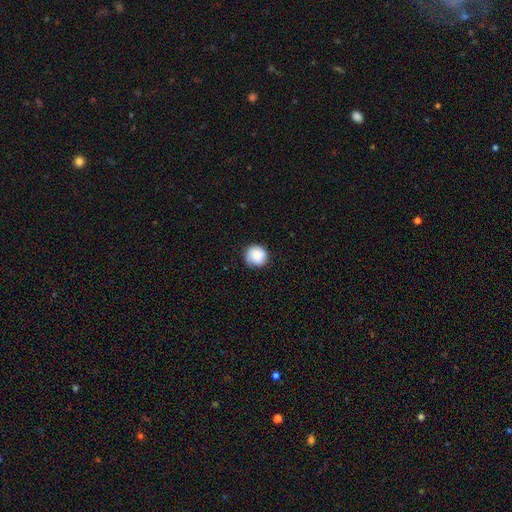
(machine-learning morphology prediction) A smooth galaxy with no disk features (84%) that is round (93%).

Vote fractions:
- Smooth or featured? smooth: 84% / featured or disk: 9% / star or artifact: 8%
- How rounded? round: 93% / in between: 6% / cigar-shaped: 1%
- Merging? none: 79% / minor disturbance: 16% / major disturbance: 3% / merger: 1%